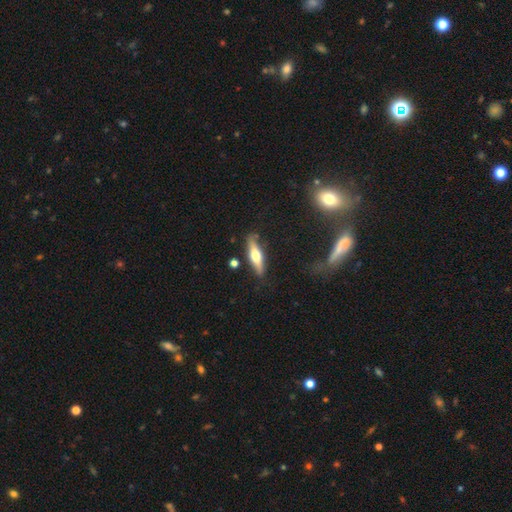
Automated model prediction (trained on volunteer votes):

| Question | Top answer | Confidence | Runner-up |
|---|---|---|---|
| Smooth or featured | featured or disk | 50% | smooth (44%) |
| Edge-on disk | yes | 91% | no (9%) |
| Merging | none | 82% | minor disturbance (12%) |